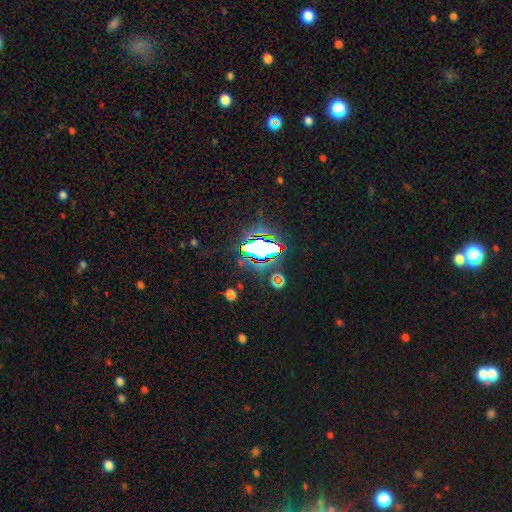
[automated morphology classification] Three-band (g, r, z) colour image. It shows a star or artifact, not a galaxy (78%).